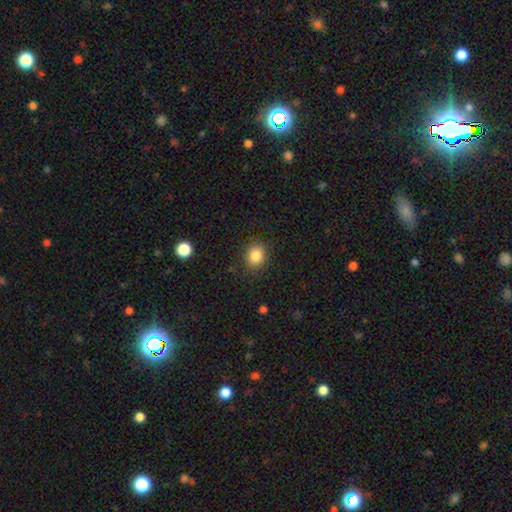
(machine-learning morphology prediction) A smooth galaxy with no disk features (84%) that is round (56%).

Vote fractions:
- Smooth or featured? smooth: 84% / star or artifact: 10% / featured or disk: 5%
- How rounded? round: 56% / in between: 43% / cigar-shaped: 1%
- Merging? none: 86% / minor disturbance: 10% / major disturbance: 3% / merger: 1%